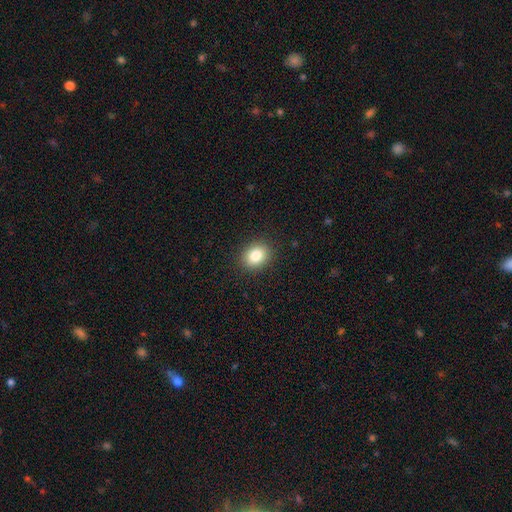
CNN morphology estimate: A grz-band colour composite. It shows a smooth galaxy with no disk features (83%) that is round (54%). Merging: none (90%).